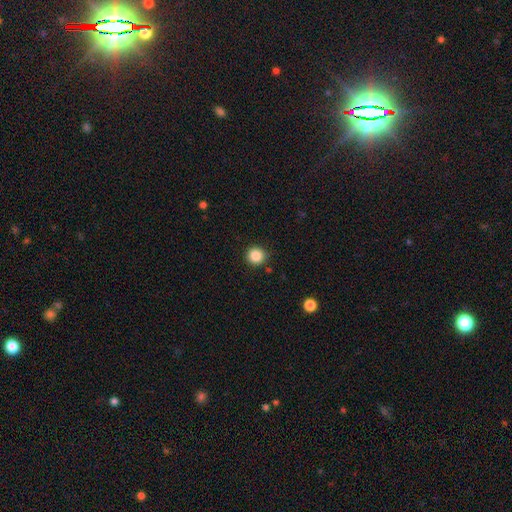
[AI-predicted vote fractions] Morphology: type=smooth (86%); roundness=round (93%); merging=none (89%).